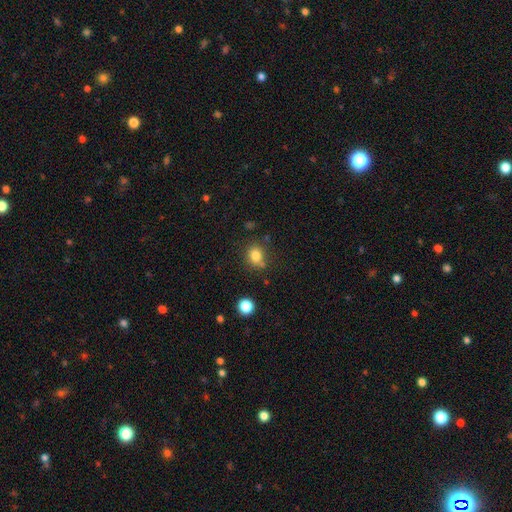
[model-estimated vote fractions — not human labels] This appears to be a smooth galaxy with no disk features (81%) that is round (65%). Merging: none (69%).